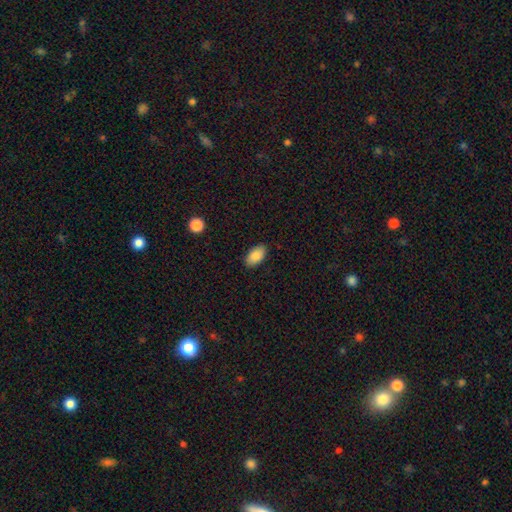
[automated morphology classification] The model was most divided on "merging": none: 88%, minor disturbance: 9%, major disturbance: 2%, merger: 1%. More confident: how rounded — in between (94%); smooth or featured — smooth (86%).